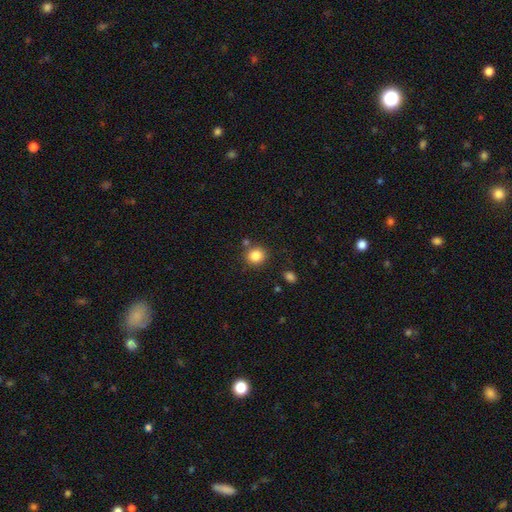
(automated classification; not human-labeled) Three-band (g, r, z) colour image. It shows a smooth galaxy with no disk features (85%) that is round (82%). Merging: none (80%).